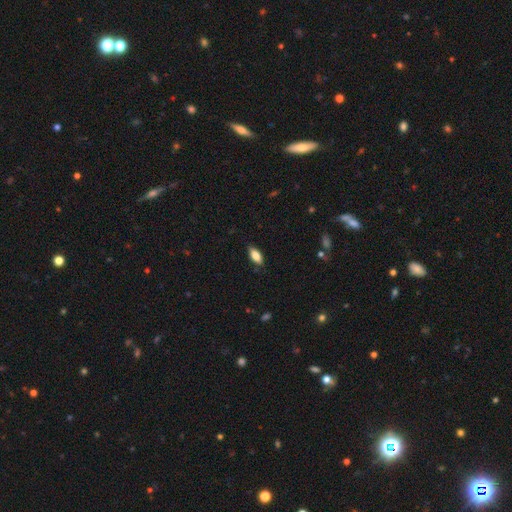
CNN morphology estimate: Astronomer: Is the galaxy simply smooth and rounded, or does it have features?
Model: smooth — 81%.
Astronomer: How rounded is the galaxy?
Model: in between — 85%.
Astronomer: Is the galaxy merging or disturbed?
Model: none — 85%.